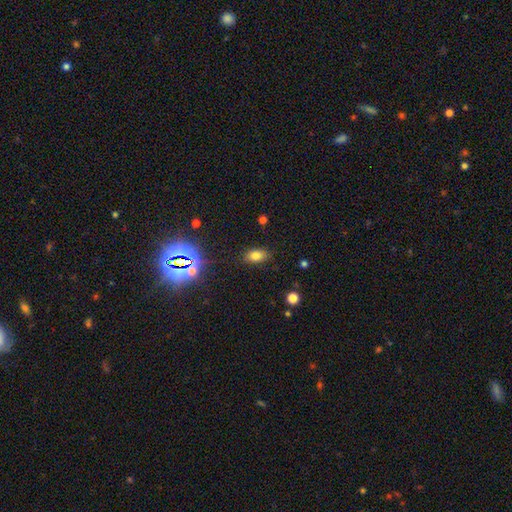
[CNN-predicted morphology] smooth 74%, star or artifact 17%, featured or disk 9%. Down the decision tree: how rounded — in between (87%); merging — none (83%).